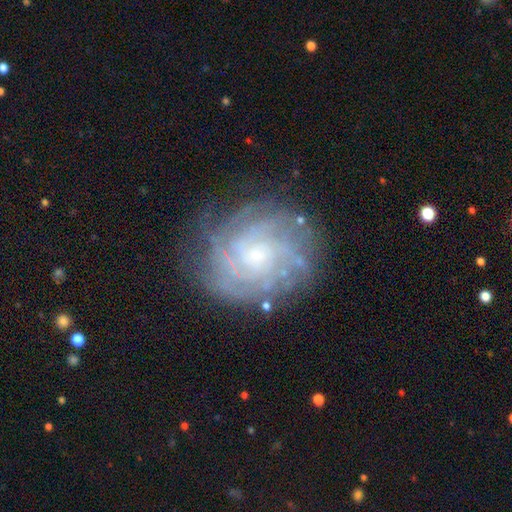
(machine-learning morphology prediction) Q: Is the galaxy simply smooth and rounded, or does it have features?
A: featured or disk — 84%.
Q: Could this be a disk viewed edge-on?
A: no — 98%.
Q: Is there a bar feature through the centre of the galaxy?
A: no — 74%.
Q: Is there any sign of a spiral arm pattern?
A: yes — 96%.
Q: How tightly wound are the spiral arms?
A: tight — 76%.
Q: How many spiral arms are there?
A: can't tell — 32%.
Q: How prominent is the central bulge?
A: small — 77%.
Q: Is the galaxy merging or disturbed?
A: none — 77%.